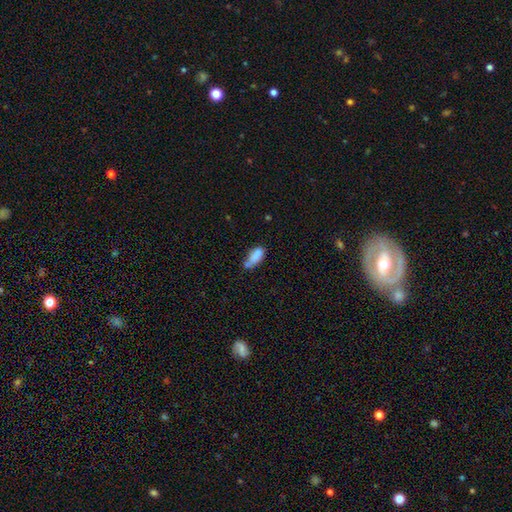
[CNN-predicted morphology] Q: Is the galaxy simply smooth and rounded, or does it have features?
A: smooth — 79%.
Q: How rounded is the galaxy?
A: in between — 78%.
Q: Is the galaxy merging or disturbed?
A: none — 39%.